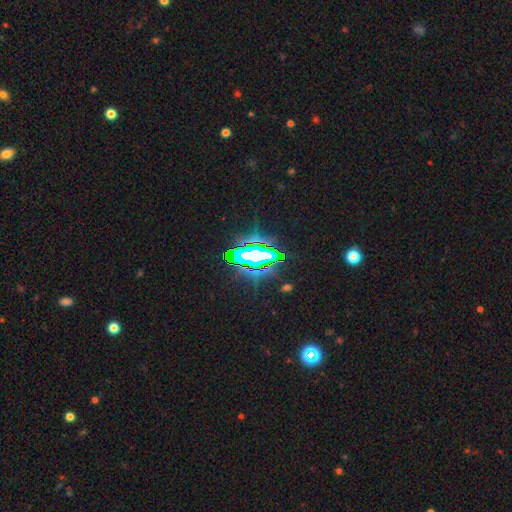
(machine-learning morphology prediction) A star or artifact, not a galaxy (66%).